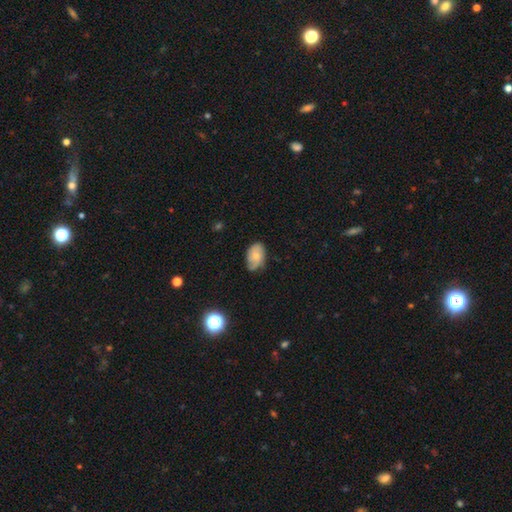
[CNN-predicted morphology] Overall: smooth (55%; featured or disk 37%). How rounded: in between (87%). Merging: none (59%; minor disturbance 32%).